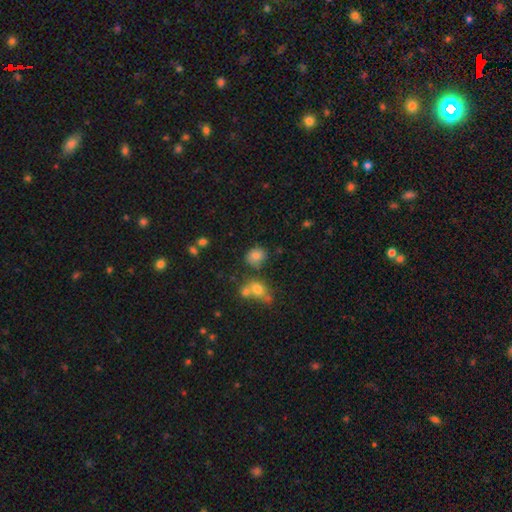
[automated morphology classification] This is likely a smooth galaxy (79%). How rounded: likely round (65%). Merging: likely none (70%).